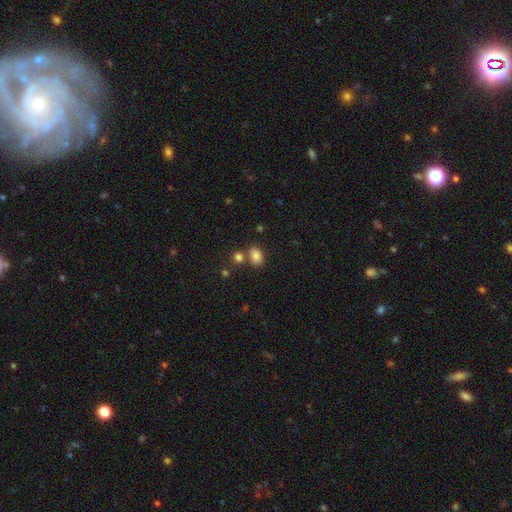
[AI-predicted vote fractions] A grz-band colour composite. It shows a smooth galaxy with no disk features (84%) that is in between round and cigar-shaped (76%). Merging: none (64%).